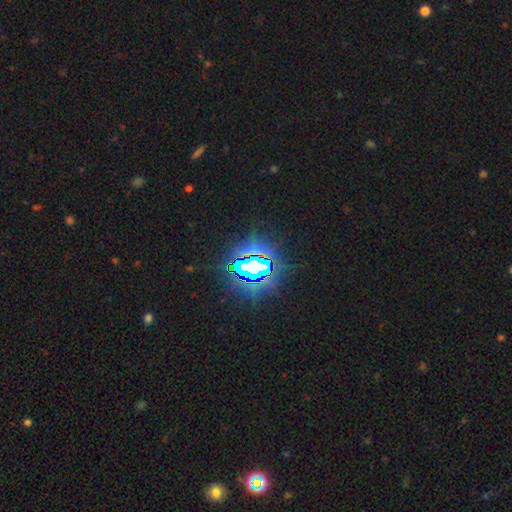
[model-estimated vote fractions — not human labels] Overall: star or artifact (83%).